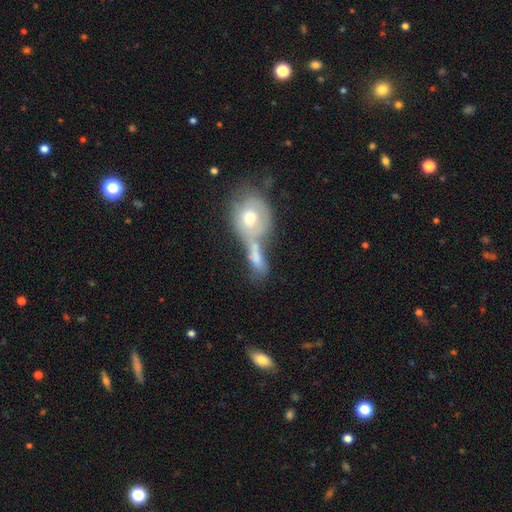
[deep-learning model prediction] This appears to be a smooth galaxy with no disk features (61%) that is in between round and cigar-shaped (59%). Merging: merger (61%).